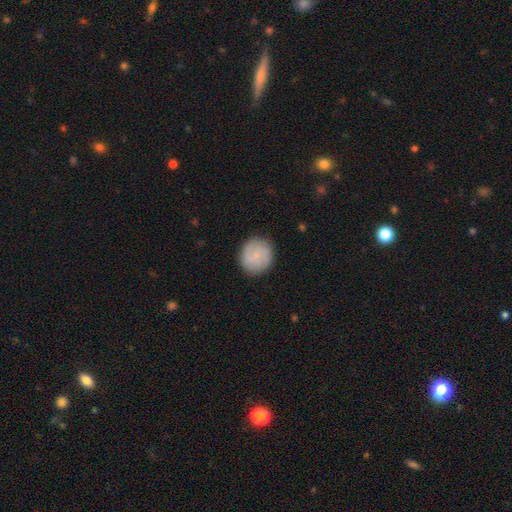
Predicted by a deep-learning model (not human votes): Smooth or featured: smooth — 62% (featured or disk — 31%)
How rounded: round — 92% (in between — 7%)
Merging: none — 86% (minor disturbance — 10%)